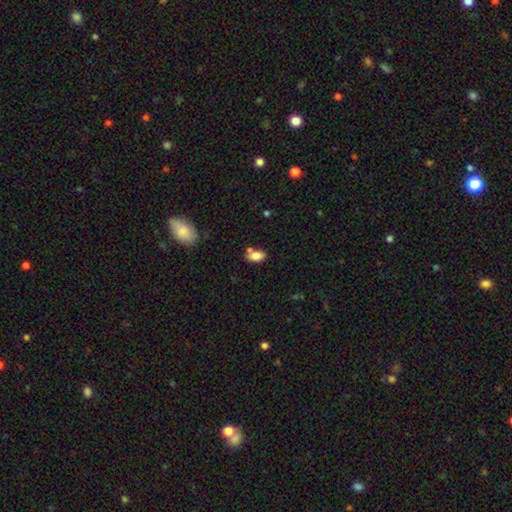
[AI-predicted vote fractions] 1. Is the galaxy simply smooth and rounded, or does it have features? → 82% smooth, 10% featured or disk, 8% star or artifact.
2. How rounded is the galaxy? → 90% in between, 7% round, 3% cigar-shaped.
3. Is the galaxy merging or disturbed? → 64% none, 17% merger, 15% minor disturbance, 4% major disturbance.